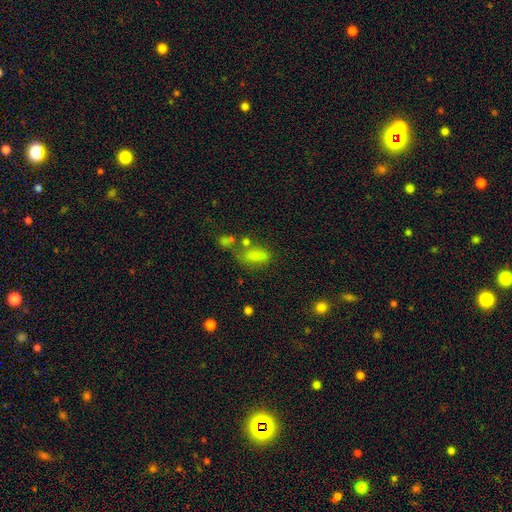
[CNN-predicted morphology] This is likely a smooth galaxy (74%). How rounded: likely in between (73%). Merging: marginally none (44%).